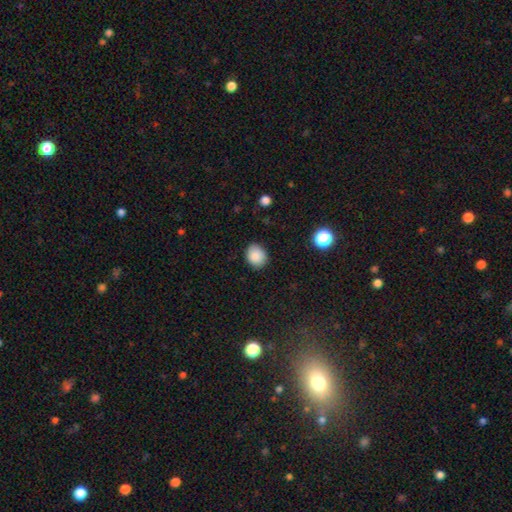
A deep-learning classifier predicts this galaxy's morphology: A smooth galaxy with no disk features (87%) that is round (61%). Merging: none (85%).